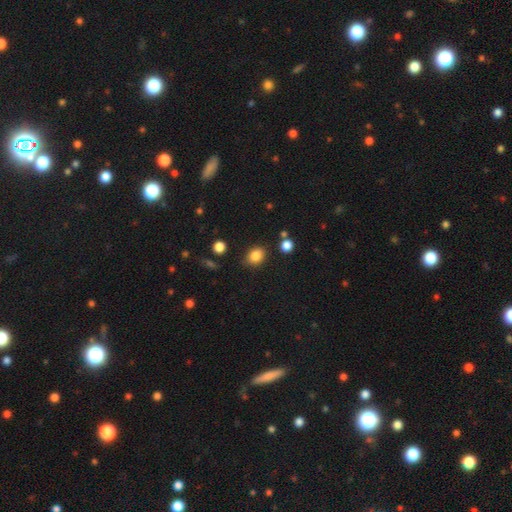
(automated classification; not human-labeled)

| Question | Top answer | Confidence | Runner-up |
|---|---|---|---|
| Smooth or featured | smooth | 85% | star or artifact (11%) |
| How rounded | in between | 51% | round (48%) |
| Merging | none | 79% | minor disturbance (14%) |